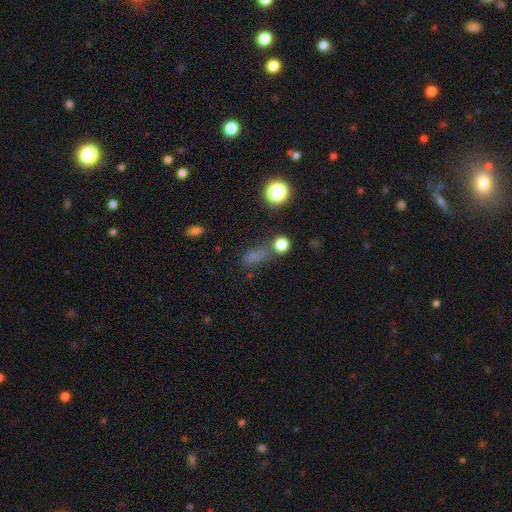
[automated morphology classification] Smooth or featured?
  - smooth: 62% *
  - star or artifact: 28%
  - featured or disk: 10%
How rounded?
  - in between: 42% *
  - cigar-shaped: 33%
  - round: 25%
Merging?
  - none: 55% *
  - minor disturbance: 19%
  - major disturbance: 14%
  - merger: 13%